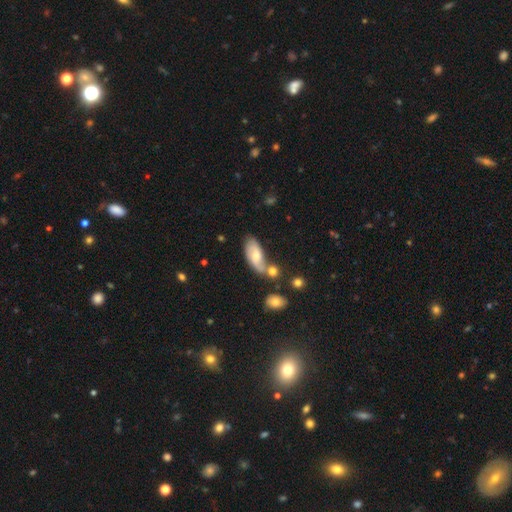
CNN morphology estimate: type=smooth (55%); roundness=in between (83%); merging=none (44%).